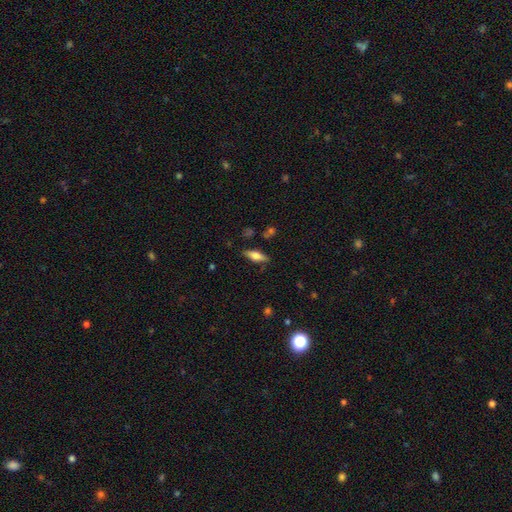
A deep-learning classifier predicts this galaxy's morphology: Smooth or featured? smooth (58%)
How rounded? in between (56%)
Merging? none (81%)